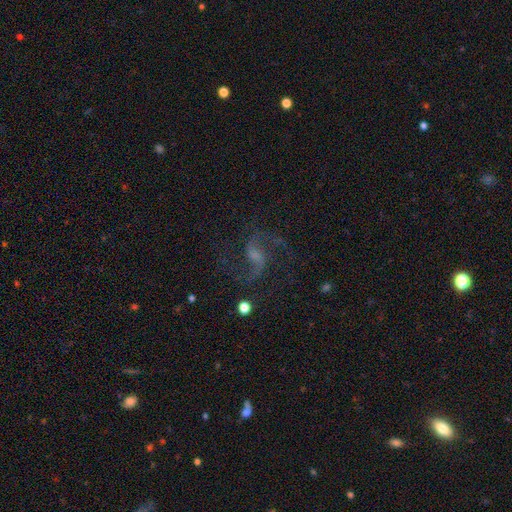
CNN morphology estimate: featured or disk 85%, star or artifact 9%, smooth 6%. Down the decision tree: edge-on disk — no (98%); bar — weak (52%); spiral arms — yes (97%); spiral arm count — 2 (89%); spiral winding — loose (58%); bulge size — small (41%); merging — none (70%).